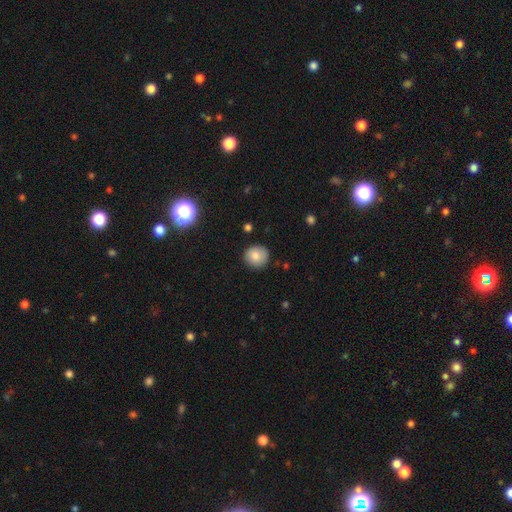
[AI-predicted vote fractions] This is clearly a smooth galaxy (82%). How rounded: clearly round (90%). Merging: clearly none (87%).